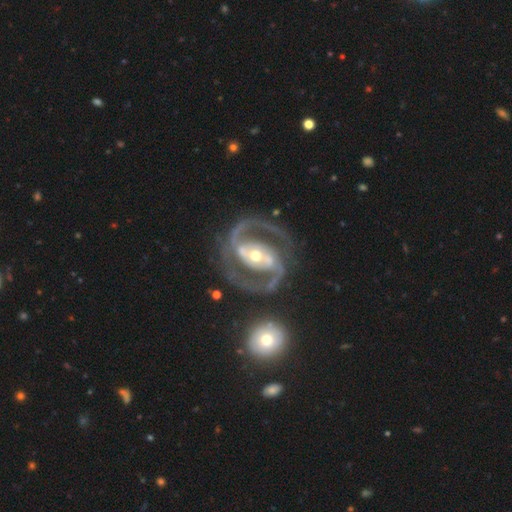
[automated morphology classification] Overall: featured or disk (92%). Edge-on disk: no (98%). Bar: strong (46%; weak 27%). Spiral arms: yes (97%). Spiral arm count: 2 (93%). Spiral winding: medium (61%; tight 25%). Bulge size: moderate (65%; small 27%). Merging: none (75%).